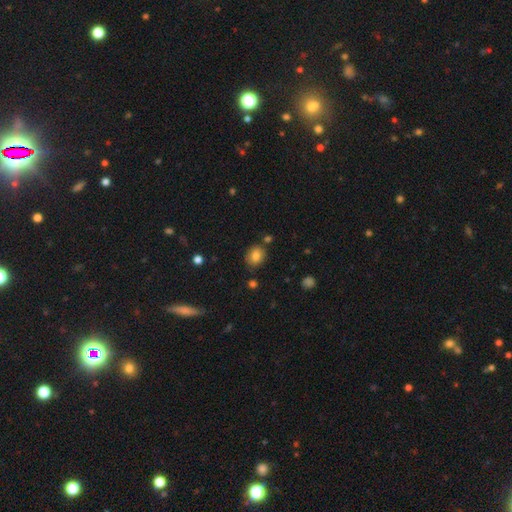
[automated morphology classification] smooth 81%, star or artifact 10%, featured or disk 9%. Down the decision tree: how rounded — round (51%); merging — none (78%).